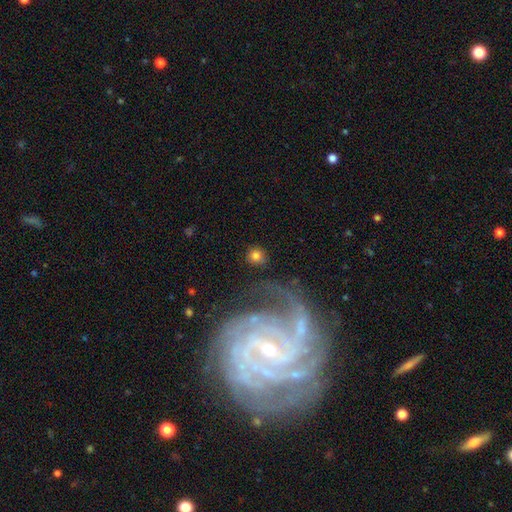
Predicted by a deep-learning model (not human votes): smooth-or-featured: smooth: 77% | featured or disk: 13% | star or artifact: 11%
  how-rounded: round: 87% | in between: 12% | cigar-shaped: 1%
  merging: none: 81% | minor disturbance: 9% | major disturbance: 5% | merger: 5%